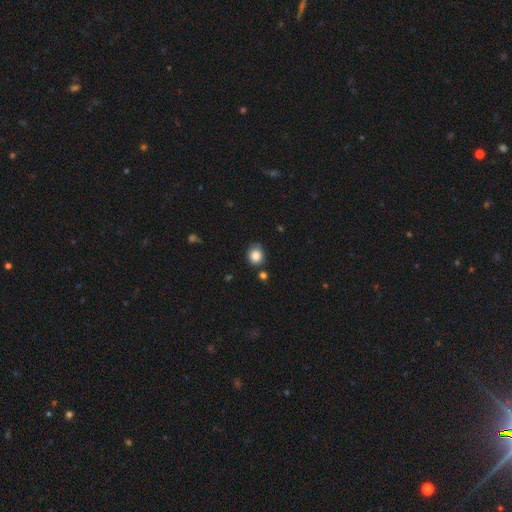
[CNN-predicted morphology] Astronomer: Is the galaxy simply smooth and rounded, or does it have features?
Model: smooth — 85%.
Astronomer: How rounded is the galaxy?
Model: round — 75%.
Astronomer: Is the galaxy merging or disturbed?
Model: none — 72%.